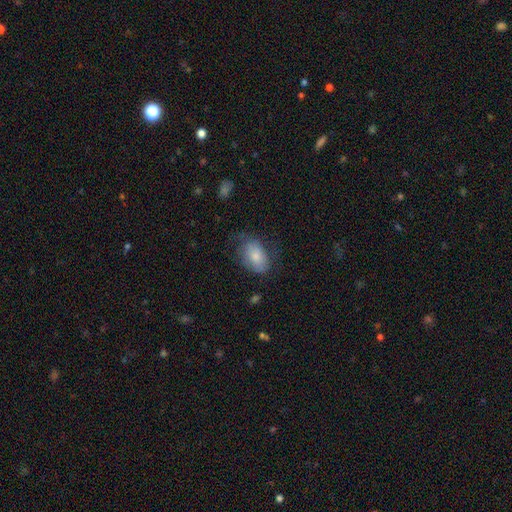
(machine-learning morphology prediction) A smooth galaxy with no disk features (72%) that is in between round and cigar-shaped (87%).

Vote fractions:
- Smooth or featured? smooth: 72% / featured or disk: 21% / star or artifact: 7%
- How rounded? in between: 87% / round: 11% / cigar-shaped: 1%
- Merging? none: 51% / minor disturbance: 29% / major disturbance: 18% / merger: 2%